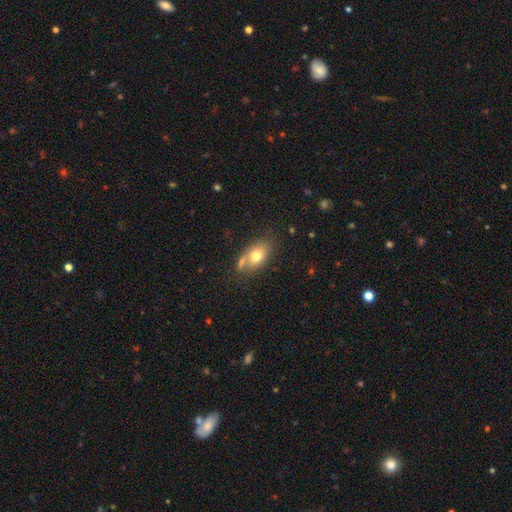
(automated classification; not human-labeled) This appears to be a smooth galaxy with no disk features (71%) that is in between round and cigar-shaped (84%). Merging: none (54%).